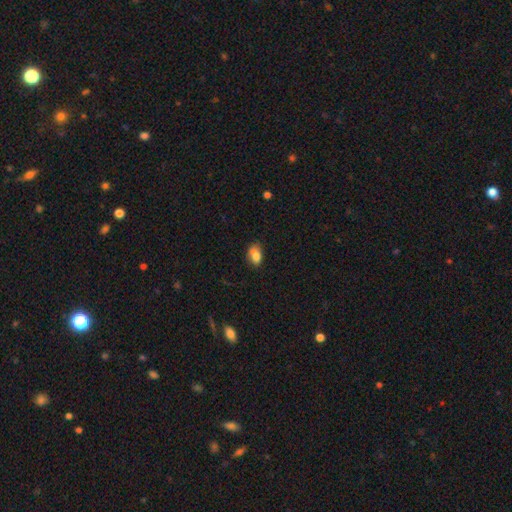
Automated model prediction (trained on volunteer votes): This appears to be a smooth galaxy with no disk features (78%) that is in between round and cigar-shaped (82%). Merging: none (50%).